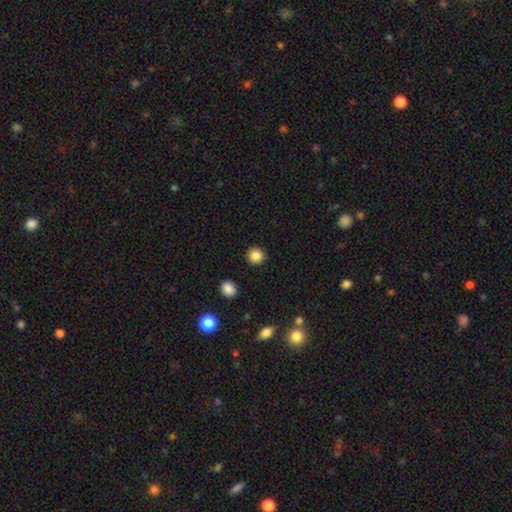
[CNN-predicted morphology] This is clearly a smooth galaxy (86%). How rounded: clearly round (92%). Merging: clearly none (91%).